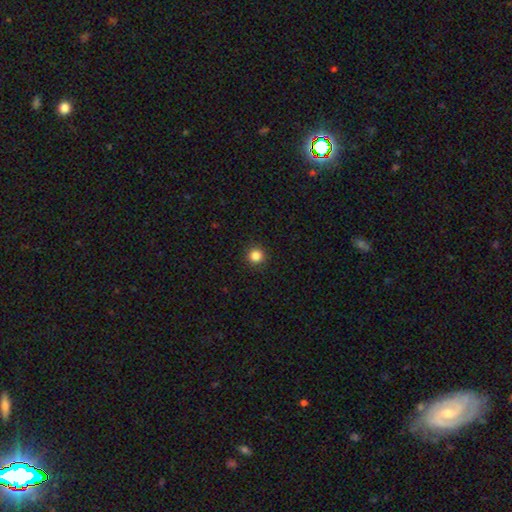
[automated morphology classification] A smooth galaxy with no disk features (85%) that is round (96%). Merging: none (93%).